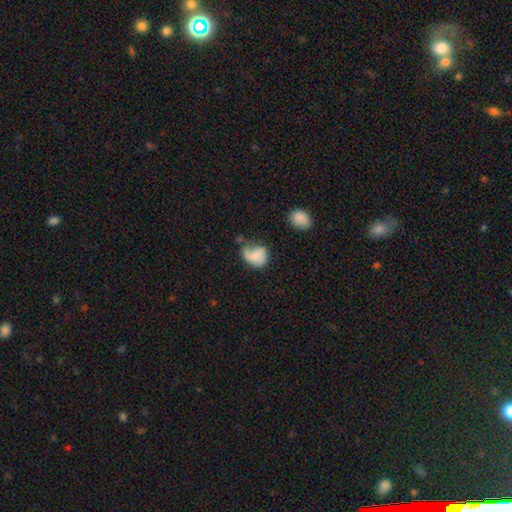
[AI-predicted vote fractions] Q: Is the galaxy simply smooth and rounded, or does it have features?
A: smooth — 67%.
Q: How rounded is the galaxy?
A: in between — 58%.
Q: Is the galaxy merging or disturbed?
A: major disturbance — 31%.